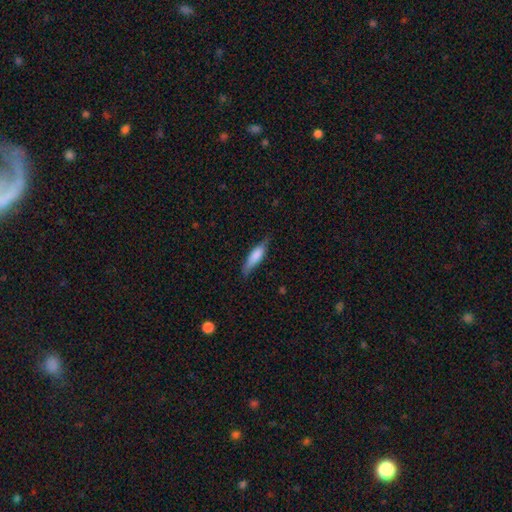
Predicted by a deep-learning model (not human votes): Smooth or featured? Predicted: smooth (p=0.72). How rounded? Predicted: cigar-shaped (p=0.61). Merging? Predicted: none (p=0.70).